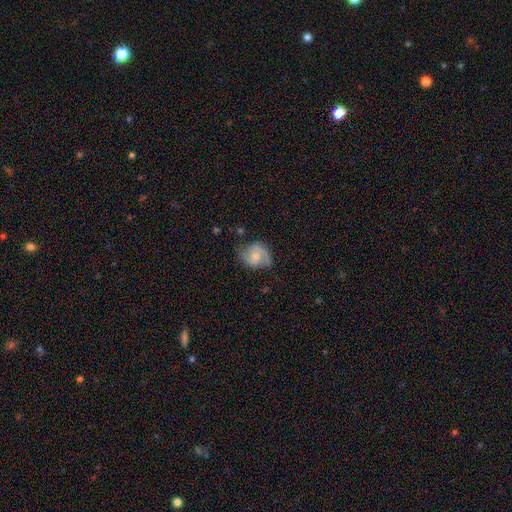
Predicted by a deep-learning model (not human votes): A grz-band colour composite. It shows a featured or disk galaxy (57%) with no bar (69%), spiral arms (86%) and a moderate central bulge (46%). Merging: none (56%).